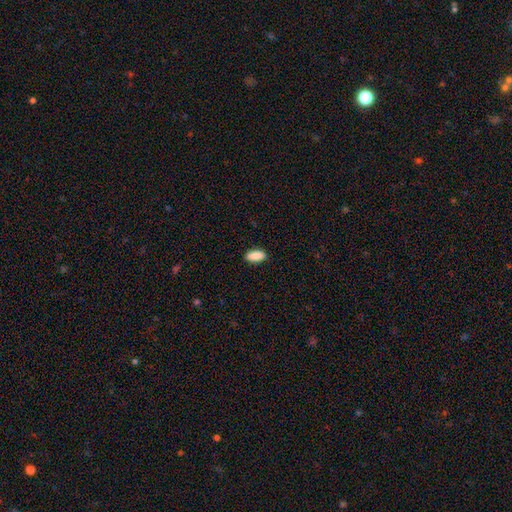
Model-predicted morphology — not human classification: smooth 89%, star or artifact 7%, featured or disk 4%. Down the decision tree: how rounded — in between (85%); merging — none (88%).